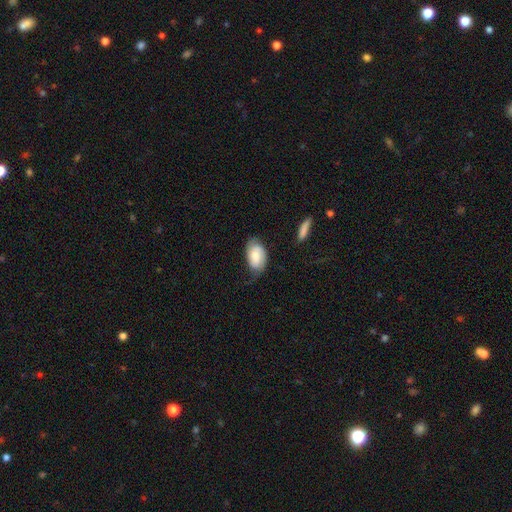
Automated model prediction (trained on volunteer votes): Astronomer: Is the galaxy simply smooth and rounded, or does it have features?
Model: smooth — 57% (runner-up: featured or disk, 36%).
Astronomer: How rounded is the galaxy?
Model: in between — 92%.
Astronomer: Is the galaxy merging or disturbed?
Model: none — 54% (runner-up: minor disturbance, 31%).